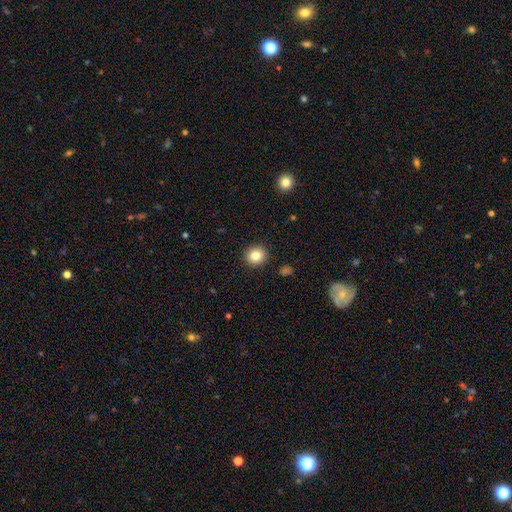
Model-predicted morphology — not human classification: smooth_or_featured: smooth (p=0.83) [alt: star or artifact p=0.10]
how_rounded: round (p=0.90) [alt: in between p=0.09]
merging: none (p=0.91) [alt: minor disturbance p=0.06]